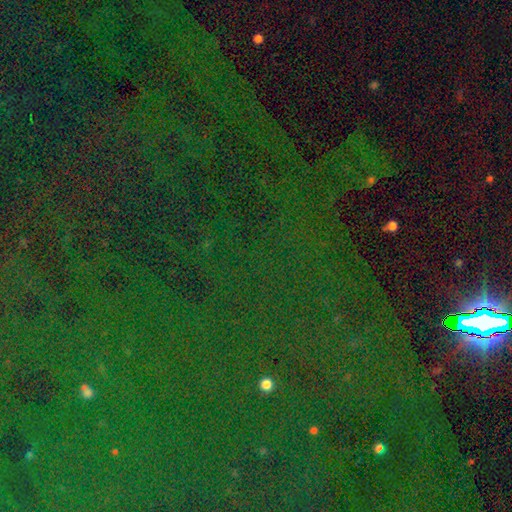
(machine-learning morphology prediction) type=star or artifact (84%).